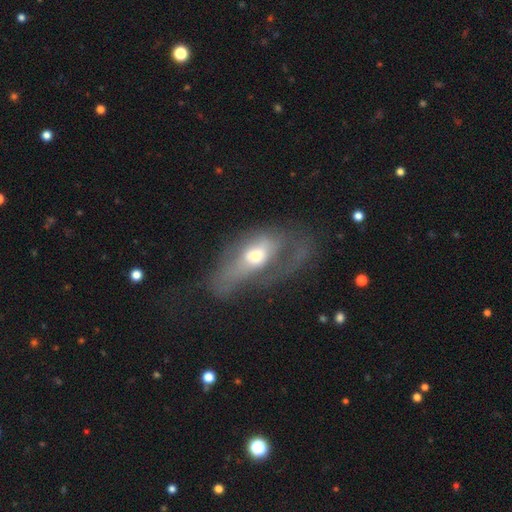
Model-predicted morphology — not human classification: Q: Smooth or featured?
A: featured or disk (54%); runner-up: smooth (38%)
Q: Edge-on disk?
A: no (81%); runner-up: yes (19%)
Q: Merging?
A: major disturbance (48%); runner-up: none (27%)